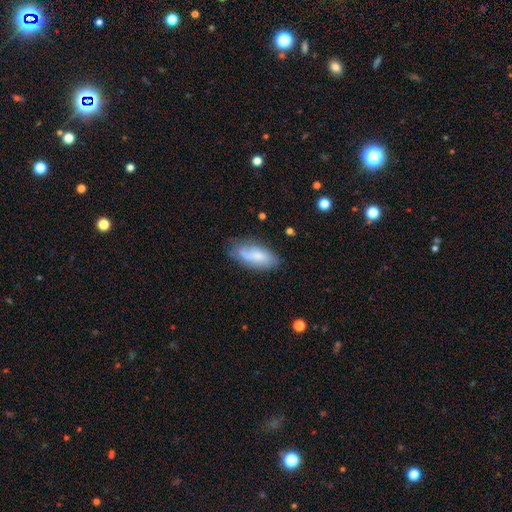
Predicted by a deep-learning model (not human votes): Smooth or featured? Predicted: smooth (p=0.65). How rounded? Predicted: in between (p=0.84). Merging? Predicted: none (p=0.67).